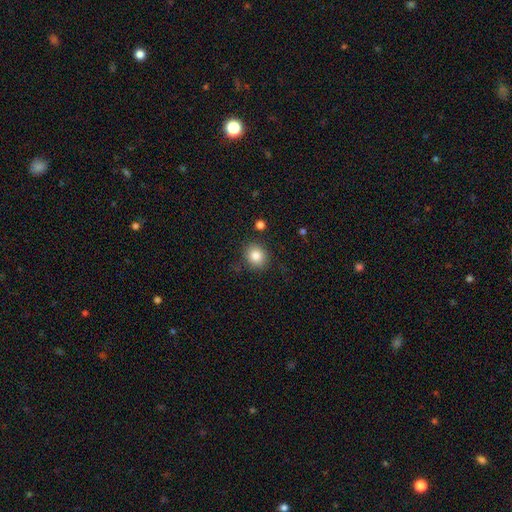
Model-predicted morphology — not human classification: The model was most divided on "how rounded": round: 76%, in between: 23%, cigar-shaped: 1%. More confident: merging — none (86%); smooth or featured — smooth (84%).